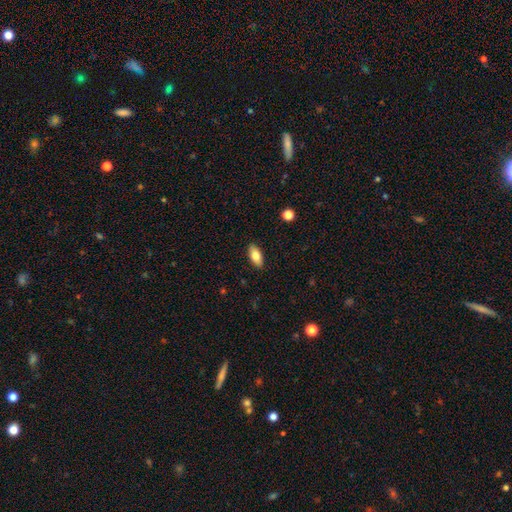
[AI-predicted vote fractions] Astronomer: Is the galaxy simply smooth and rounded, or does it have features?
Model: smooth — 79%.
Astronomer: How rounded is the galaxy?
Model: in between — 89%.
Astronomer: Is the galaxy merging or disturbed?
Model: none — 89%.